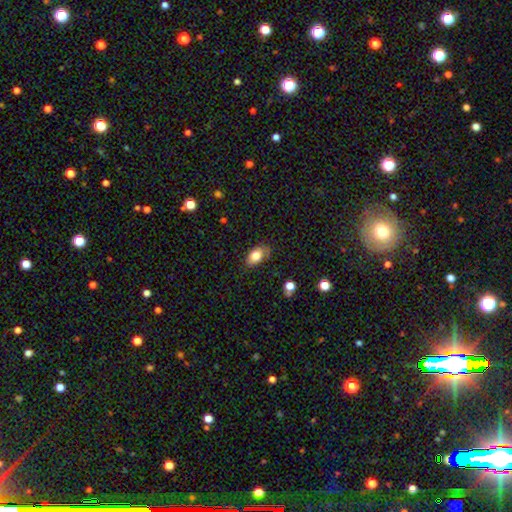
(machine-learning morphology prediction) This appears to be a smooth galaxy with no disk features (80%) that is in between round and cigar-shaped (89%). Merging: none (73%).